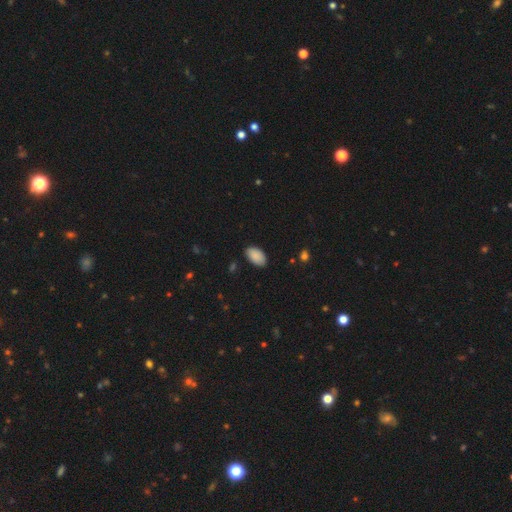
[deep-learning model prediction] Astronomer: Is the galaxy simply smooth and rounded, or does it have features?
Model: smooth — 89%.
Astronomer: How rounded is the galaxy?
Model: in between — 95%.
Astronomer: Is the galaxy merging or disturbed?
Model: none — 85%.